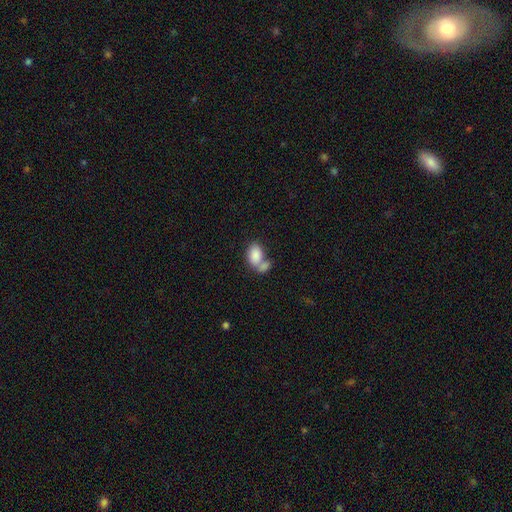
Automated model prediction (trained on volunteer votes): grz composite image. It shows a smooth galaxy with no disk features (83%) that is in between round and cigar-shaped (86%). Merging: merger (60%).